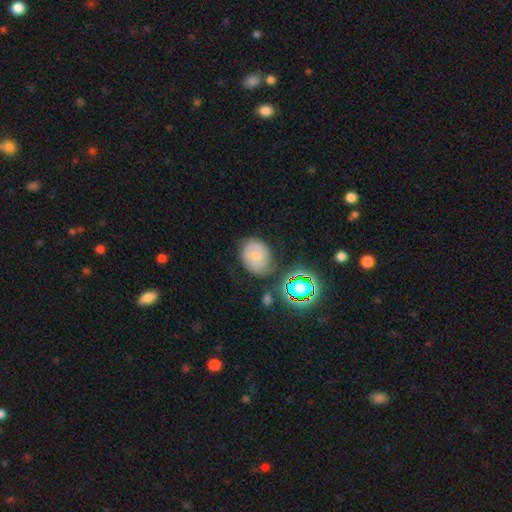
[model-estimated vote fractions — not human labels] This appears to be a smooth galaxy with no disk features (62%) that is round (58%). Merging: none (69%).